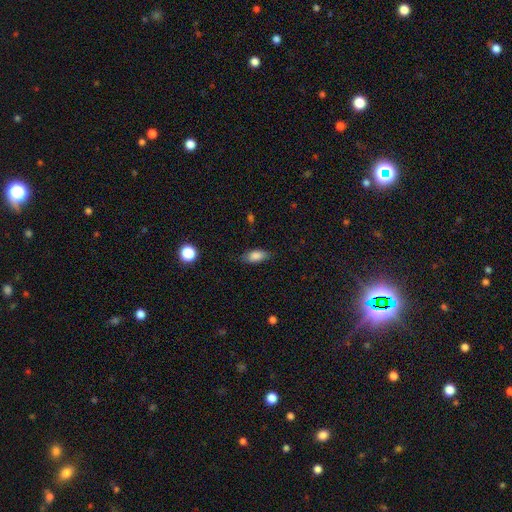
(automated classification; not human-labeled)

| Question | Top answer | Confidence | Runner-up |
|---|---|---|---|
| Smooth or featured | smooth | 83% | featured or disk (9%) |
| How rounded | in between | 85% | cigar-shaped (10%) |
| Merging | none | 78% | minor disturbance (17%) |